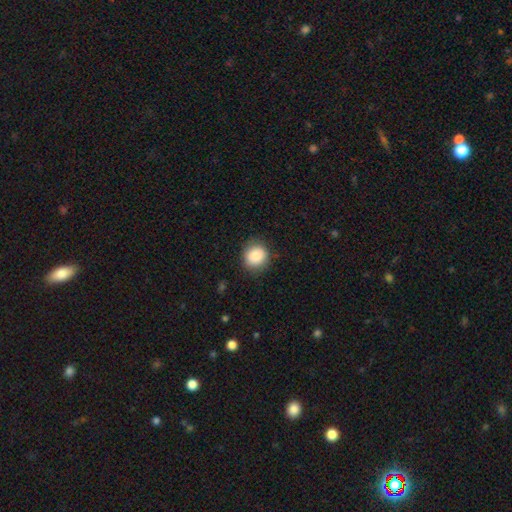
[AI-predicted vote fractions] smooth 85%, star or artifact 9%, featured or disk 6%. Down the decision tree: how rounded — round (85%); merging — none (85%).